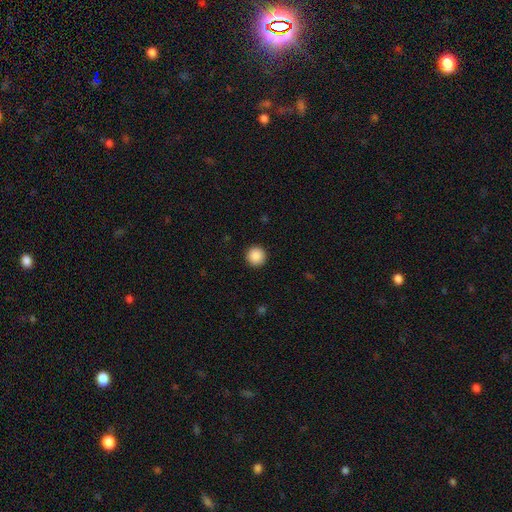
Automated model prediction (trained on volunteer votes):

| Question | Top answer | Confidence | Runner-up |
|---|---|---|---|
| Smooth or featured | smooth | 89% | star or artifact (9%) |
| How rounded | round | 96% | in between (3%) |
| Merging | none | 93% | minor disturbance (4%) |